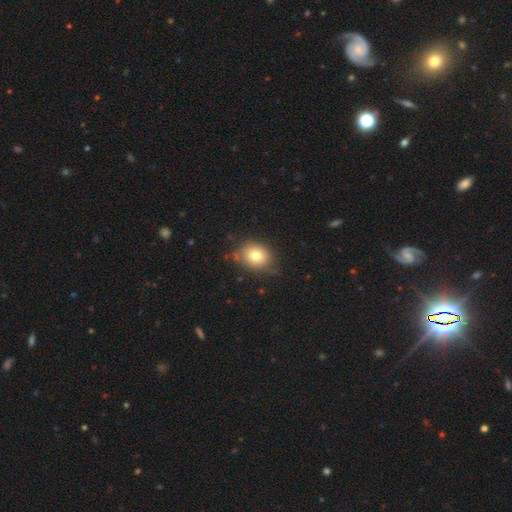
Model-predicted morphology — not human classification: Smooth or featured: smooth — 76% (featured or disk — 13%)
How rounded: round — 53% (in between — 46%)
Merging: none — 71% (minor disturbance — 22%)